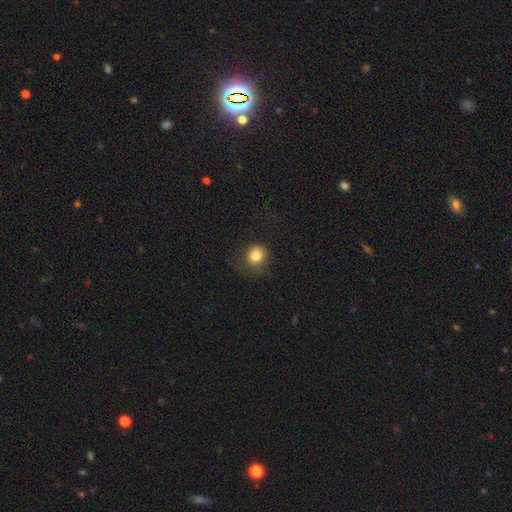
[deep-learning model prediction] Smooth or featured?
  - smooth: 81% *
  - star or artifact: 11%
  - featured or disk: 8%
How rounded?
  - round: 83% *
  - in between: 16%
  - cigar-shaped: 1%
Merging?
  - none: 64% *
  - minor disturbance: 23%
  - major disturbance: 12%
  - merger: 1%